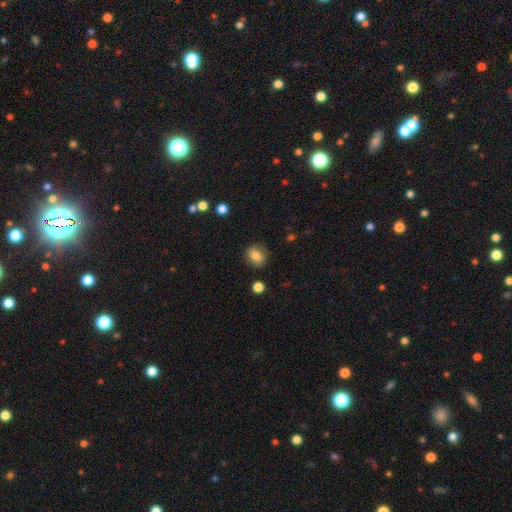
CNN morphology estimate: Smooth or featured? Predicted: smooth (p=0.82). How rounded? Predicted: round (p=0.56). Merging? Predicted: none (p=0.84).